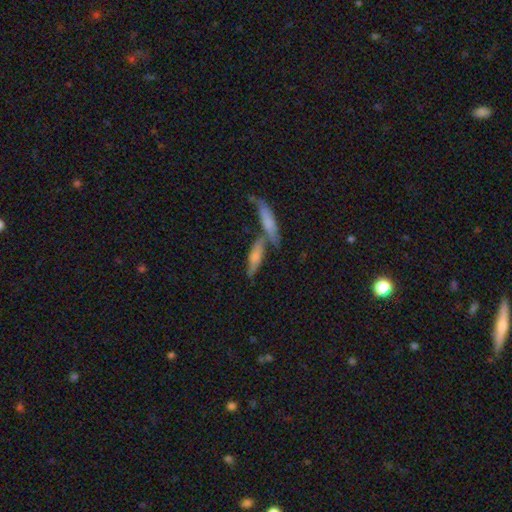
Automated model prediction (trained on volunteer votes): The model was most divided on "merging": none: 44%, merger: 39%, minor disturbance: 13%, major disturbance: 5%. More confident: how rounded — cigar-shaped (67%); smooth or featured — smooth (57%).